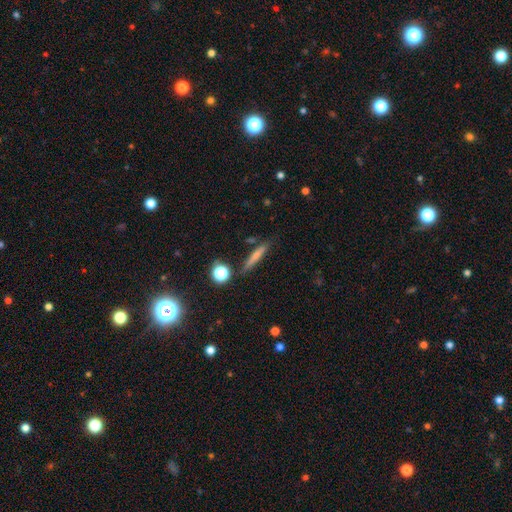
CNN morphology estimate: A smooth galaxy with no disk features (65%) that is cigar-shaped (87%).

Vote fractions:
- Smooth or featured? smooth: 65% / featured or disk: 25% / star or artifact: 10%
- How rounded? cigar-shaped: 87% / in between: 8% / round: 5%
- Merging? none: 81% / minor disturbance: 12% / merger: 4% / major disturbance: 3%